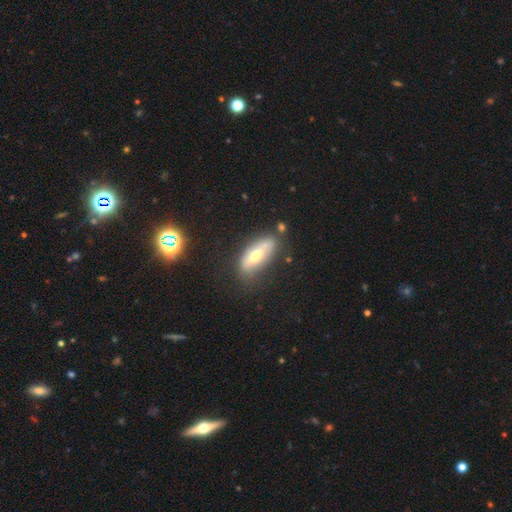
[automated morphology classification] type=smooth (47%); merging=none (64%).